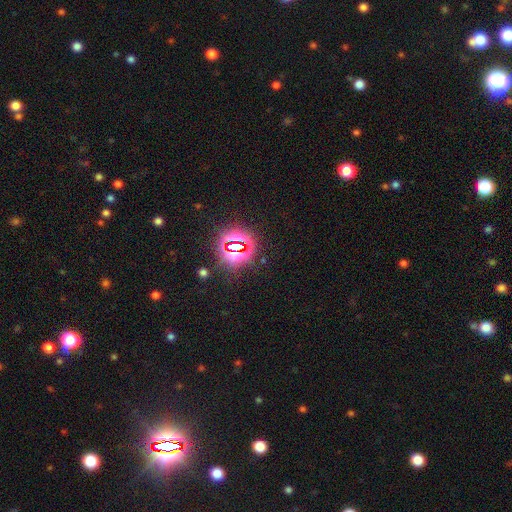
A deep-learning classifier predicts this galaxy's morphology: Q: Smooth or featured?
A: star or artifact (80%); runner-up: smooth (13%)